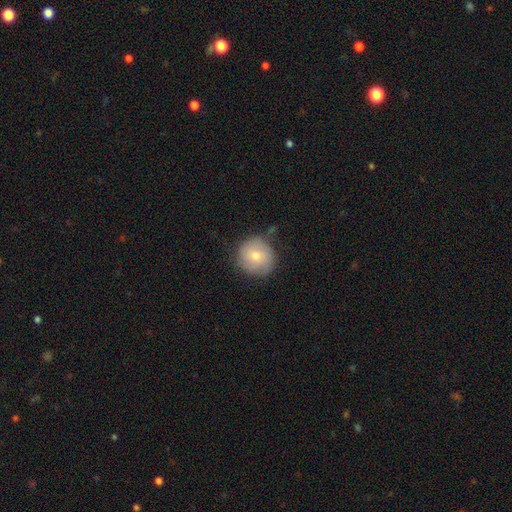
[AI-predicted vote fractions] Smooth or featured?
  - smooth: 73% *
  - featured or disk: 20%
  - star or artifact: 7%
How rounded?
  - round: 92% *
  - in between: 7%
  - cigar-shaped: 1%
Merging?
  - none: 69% *
  - minor disturbance: 22%
  - major disturbance: 6%
  - merger: 3%